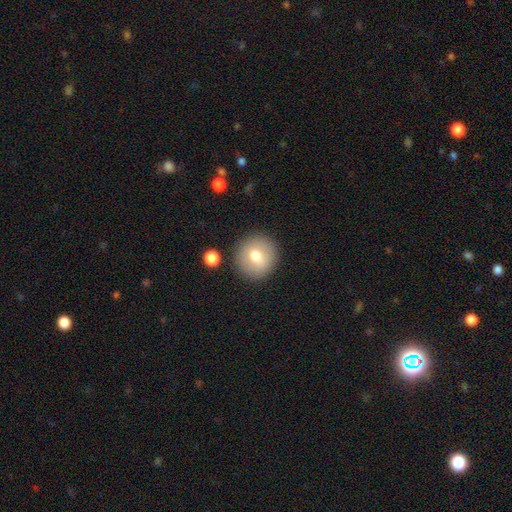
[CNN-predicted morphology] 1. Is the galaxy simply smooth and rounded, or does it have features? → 72% smooth, 19% featured or disk, 9% star or artifact.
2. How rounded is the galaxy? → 92% round, 7% in between, 1% cigar-shaped.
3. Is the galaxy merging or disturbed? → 88% none, 7% minor disturbance, 3% major disturbance, 2% merger.